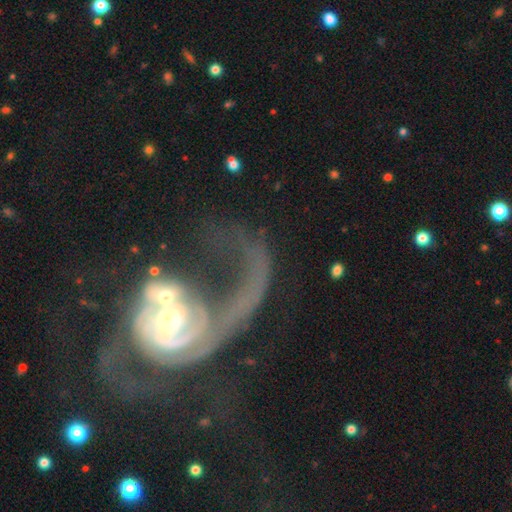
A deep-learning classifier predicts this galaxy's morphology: A featured or disk galaxy (79%) with no bar (68%), 1 (42%) loose (48%) spiral arms (80%) and a small central bulge (52%).

Vote fractions:
- Smooth or featured? featured or disk: 79% / smooth: 12% / star or artifact: 9%
- Edge-on disk? no: 97% / yes: 3%
- Bar? no: 68% / weak: 23% / strong: 9%
- Spiral arms? yes: 80% / no: 20%
- Spiral winding? loose: 48% / medium: 31% / tight: 21%
- Spiral arm count? 1: 42% / 2: 33% / can't tell: 13% / 3: 5% / 4: 3% / more than 4: 3%
- Bulge size? small: 52% / moderate: 37% / large: 5% / none: 3% / dominant: 2%
- Merging? major disturbance: 44% / merger: 29% / none: 18% / minor disturbance: 9%